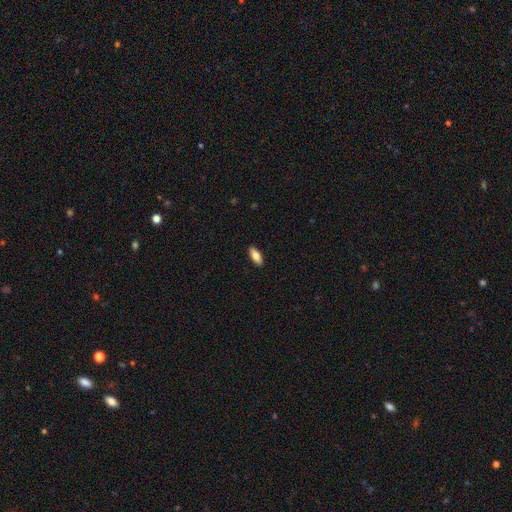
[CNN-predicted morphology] Smooth or featured? smooth (81%)
How rounded? in between (80%)
Merging? none (90%)